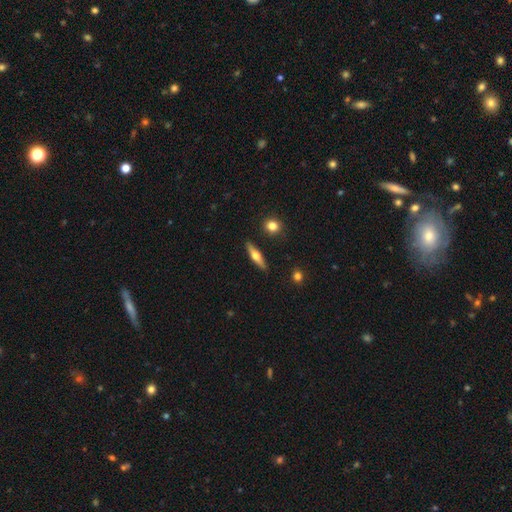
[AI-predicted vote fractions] Q: Smooth or featured?
A: featured or disk (50%); runner-up: smooth (44%)
Q: Edge-on disk?
A: yes (92%); runner-up: no (8%)
Q: Merging?
A: none (88%); runner-up: minor disturbance (8%)